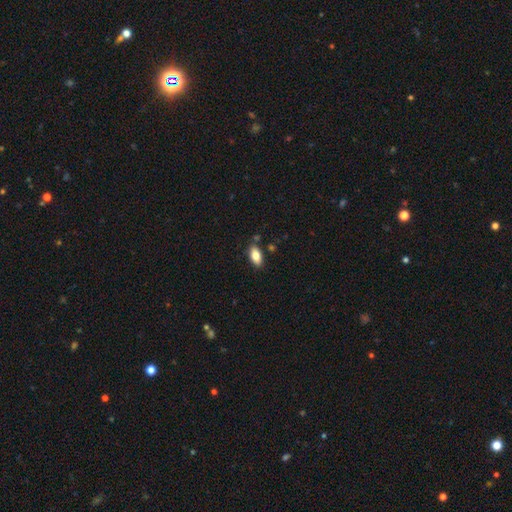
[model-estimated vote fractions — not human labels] smooth-or-featured: smooth: 83% | featured or disk: 10% | star or artifact: 7%
  how-rounded: in between: 90% | cigar-shaped: 7% | round: 3%
  merging: none: 82% | minor disturbance: 12% | merger: 4% | major disturbance: 2%